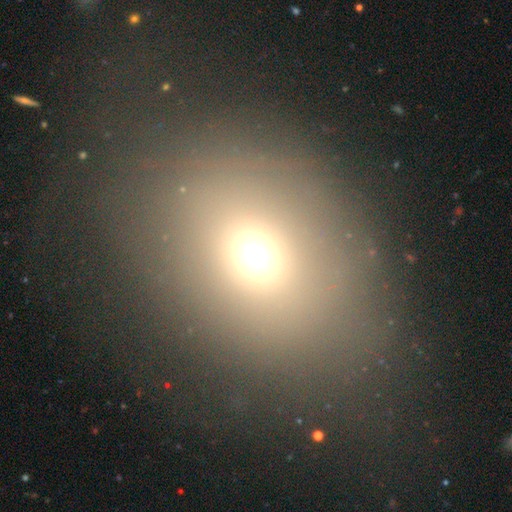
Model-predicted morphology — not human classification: A smooth galaxy with no disk features (66%) that is in between round and cigar-shaped (51%).

Vote fractions:
- Smooth or featured? smooth: 66% / star or artifact: 20% / featured or disk: 14%
- How rounded? in between: 51% / round: 47% / cigar-shaped: 1%
- Merging? none: 76% / minor disturbance: 12% / major disturbance: 9% / merger: 3%